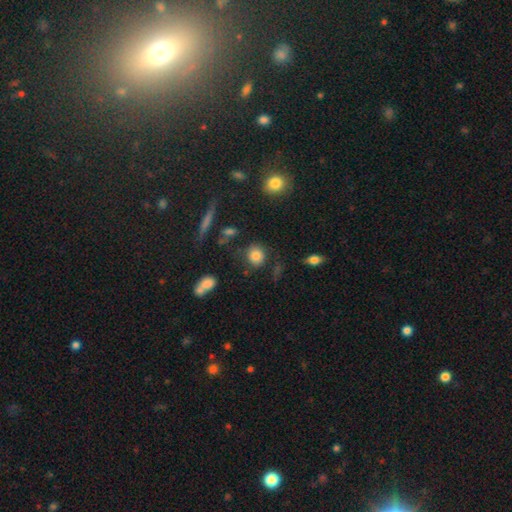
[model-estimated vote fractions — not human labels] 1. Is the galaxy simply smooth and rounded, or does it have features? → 82% smooth, 10% star or artifact, 8% featured or disk.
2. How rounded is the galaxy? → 73% round, 25% in between, 2% cigar-shaped.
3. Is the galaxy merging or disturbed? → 76% none, 14% minor disturbance, 5% major disturbance, 5% merger.